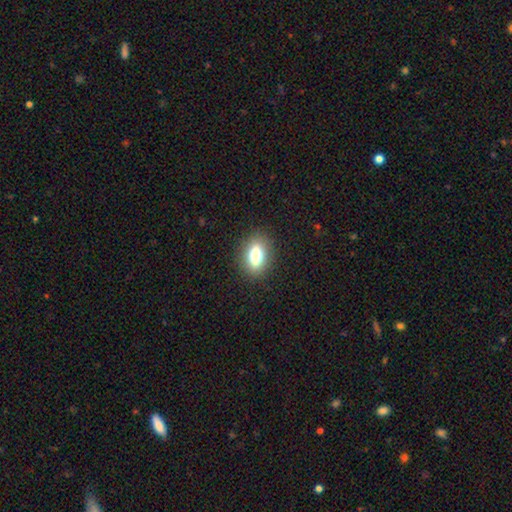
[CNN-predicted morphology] The model was most divided on "smooth or featured": smooth: 77%, featured or disk: 13%, star or artifact: 10%. More confident: merging — none (87%); how rounded — in between (80%).